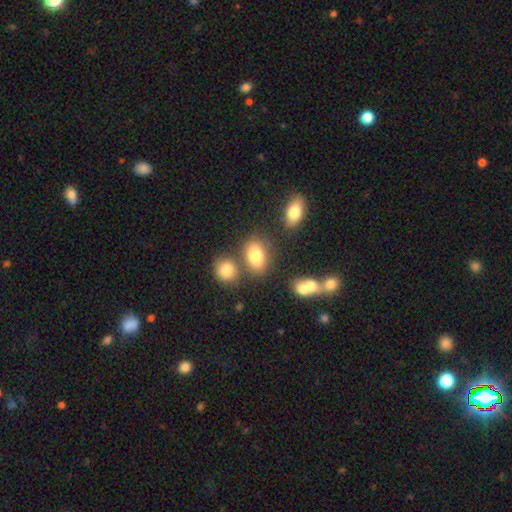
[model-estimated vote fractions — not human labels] This is likely a smooth galaxy (79%). How rounded: likely in between (79%). Merging: likely none (65%).